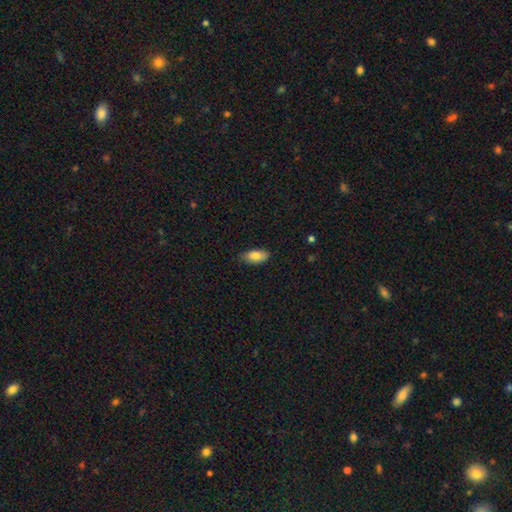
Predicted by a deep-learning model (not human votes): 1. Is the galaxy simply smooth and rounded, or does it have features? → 84% smooth, 9% featured or disk, 7% star or artifact.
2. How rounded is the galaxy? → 90% in between, 7% cigar-shaped, 3% round.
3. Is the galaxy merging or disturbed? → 76% none, 20% minor disturbance, 3% major disturbance, 1% merger.